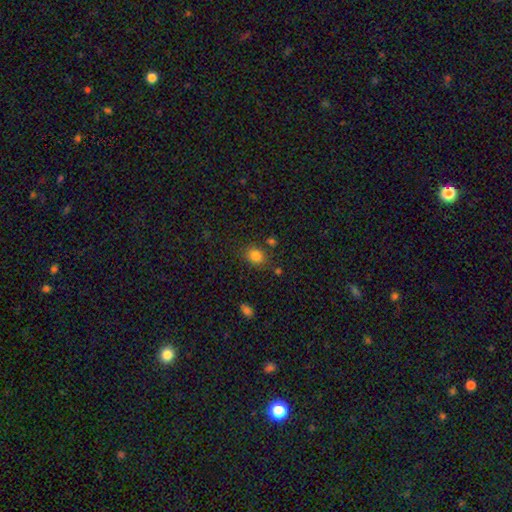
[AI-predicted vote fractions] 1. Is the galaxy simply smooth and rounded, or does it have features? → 82% smooth, 12% star or artifact, 6% featured or disk.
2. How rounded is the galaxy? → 51% in between, 48% round, 1% cigar-shaped.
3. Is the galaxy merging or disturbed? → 78% none, 13% minor disturbance, 5% merger, 4% major disturbance.